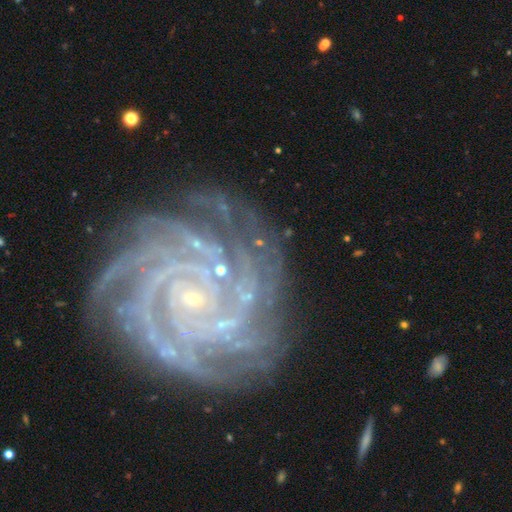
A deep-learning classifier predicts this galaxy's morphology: A featured or disk galaxy (91%) with no bar (67%), more than 4 (27%) tight (81%) spiral arms (99%) and a small central bulge (88%).

Vote fractions:
- Smooth or featured? featured or disk: 91% / star or artifact: 6% / smooth: 3%
- Edge-on disk? no: 98% / yes: 2%
- Bar? no: 67% / weak: 20% / strong: 13%
- Spiral arms? yes: 99% / no: 1%
- Spiral winding? tight: 81% / medium: 16% / loose: 2%
- Spiral arm count? more than 4: 27% / 4: 24% / 3: 15% / can't tell: 13% / 2: 12% / 1: 9%
- Bulge size? small: 88% / moderate: 7% / none: 3% / large: 1% / dominant: 1%
- Merging? none: 77% / minor disturbance: 15% / major disturbance: 6% / merger: 2%